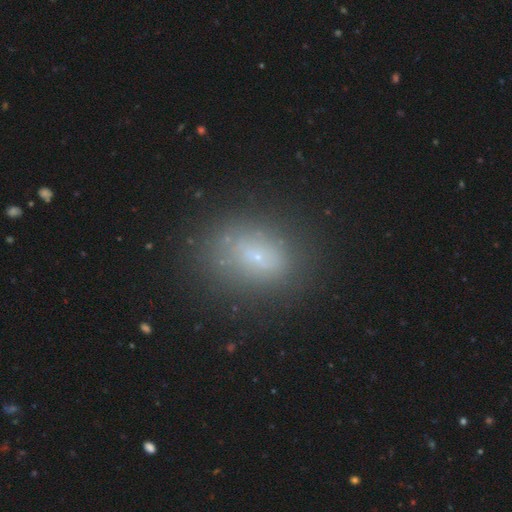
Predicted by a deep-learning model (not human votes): smooth 57%, featured or disk 25%, star or artifact 18%. Down the decision tree: how rounded — in between (72%); merging — none (73%).